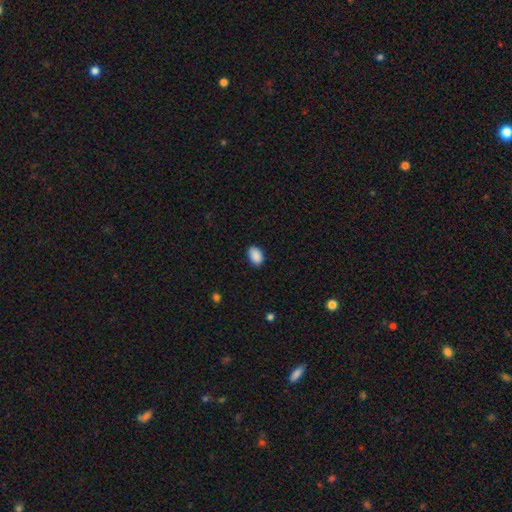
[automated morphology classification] This appears to be a smooth galaxy with no disk features (90%) that is in between round and cigar-shaped (87%). Merging: none (86%).